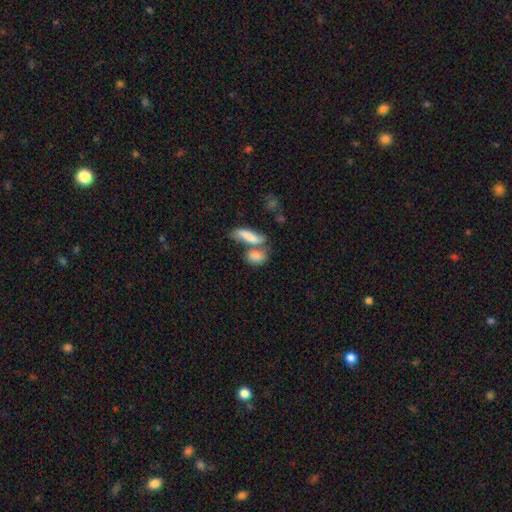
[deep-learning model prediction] smooth 81%, featured or disk 11%, star or artifact 7%. Down the decision tree: how rounded — in between (77%); merging — merger (55%).